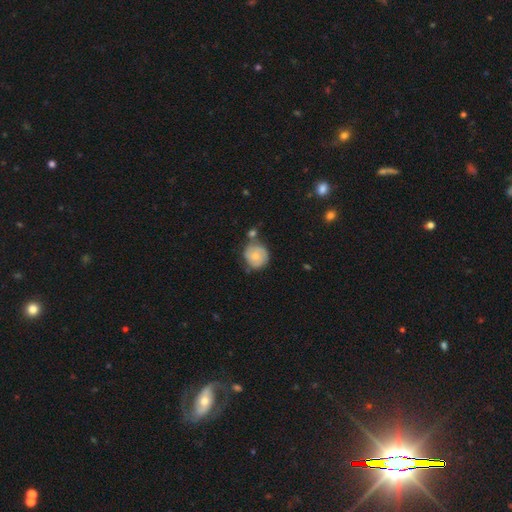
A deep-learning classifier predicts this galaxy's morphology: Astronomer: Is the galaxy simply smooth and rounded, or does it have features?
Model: smooth — 50% (runner-up: featured or disk, 43%).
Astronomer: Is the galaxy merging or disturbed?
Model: none — 53%.